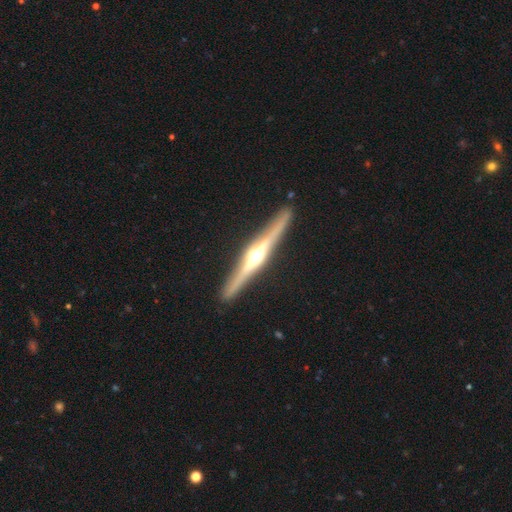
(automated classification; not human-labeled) Q: Smooth or featured?
A: featured or disk (83%); runner-up: smooth (13%)
Q: Edge-on disk?
A: yes (98%); runner-up: no (2%)
Q: Edge-on bulge?
A: rounded (93%); runner-up: boxy (4%)
Q: Merging?
A: none (90%); runner-up: minor disturbance (7%)